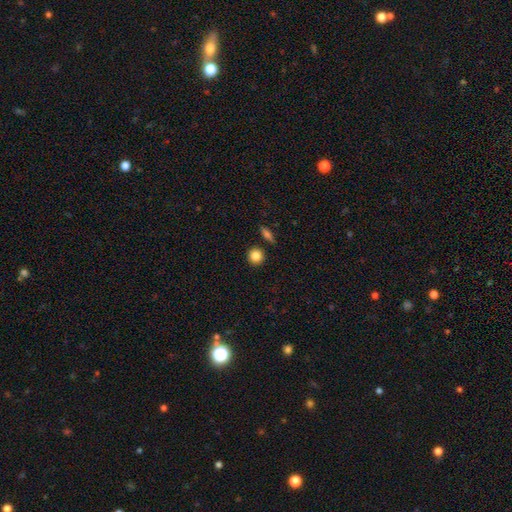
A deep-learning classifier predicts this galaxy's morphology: Smooth or featured? Predicted: smooth (p=0.85). How rounded? Predicted: round (p=0.91). Merging? Predicted: none (p=0.88).